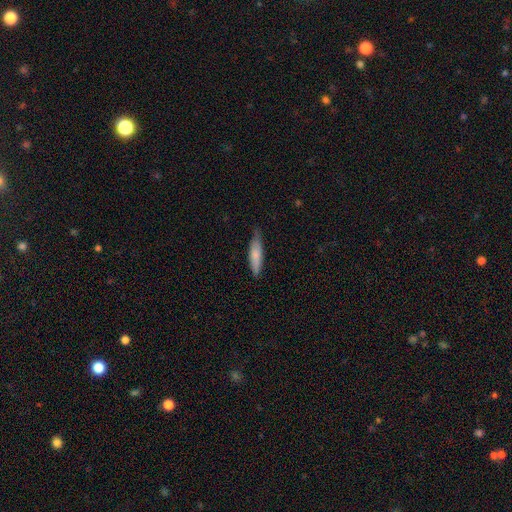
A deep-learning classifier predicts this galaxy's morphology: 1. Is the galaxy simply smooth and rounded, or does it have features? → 77% smooth, 17% featured or disk, 5% star or artifact.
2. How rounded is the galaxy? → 72% cigar-shaped, 27% in between, 1% round.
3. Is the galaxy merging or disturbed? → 70% none, 25% minor disturbance, 4% major disturbance, 1% merger.